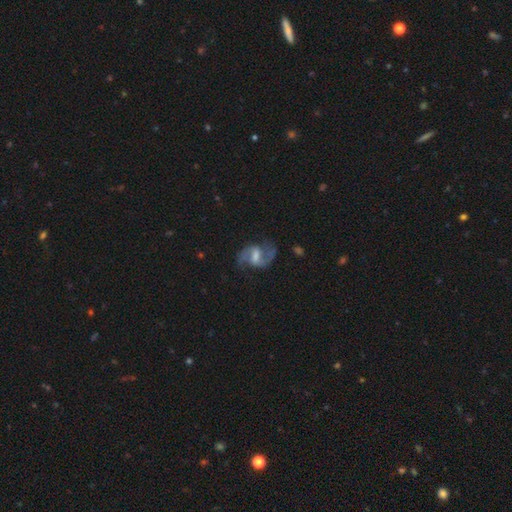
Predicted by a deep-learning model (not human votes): This appears to be a featured or disk galaxy (87%) with a weak bar (55%), 2 (93%) medium (54%) spiral arms (97%) and a moderate central bulge (39%). Merging: none (76%).